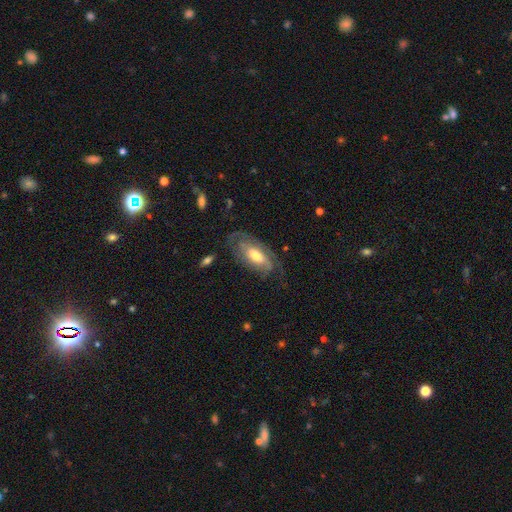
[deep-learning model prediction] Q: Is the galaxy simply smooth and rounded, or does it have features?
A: featured or disk — 66%.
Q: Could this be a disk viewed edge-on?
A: no — 89%.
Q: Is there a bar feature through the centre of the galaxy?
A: no — 60%.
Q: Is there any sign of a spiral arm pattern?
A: yes — 81%.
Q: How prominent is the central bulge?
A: moderate — 58%.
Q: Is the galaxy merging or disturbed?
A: none — 62%.